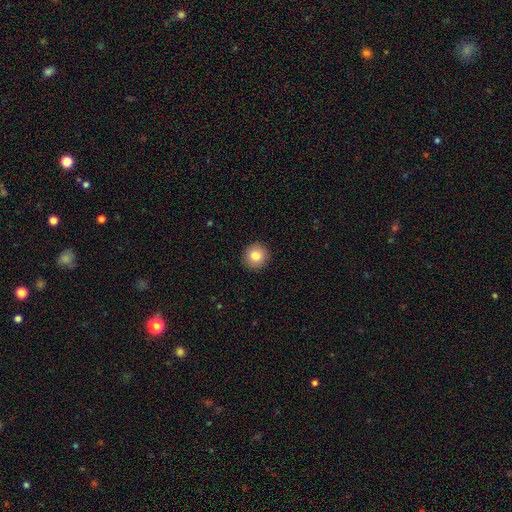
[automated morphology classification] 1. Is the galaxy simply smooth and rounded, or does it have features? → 83% smooth, 10% star or artifact, 8% featured or disk.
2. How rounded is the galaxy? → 95% round, 4% in between, 1% cigar-shaped.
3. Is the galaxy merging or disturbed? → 93% none, 5% minor disturbance, 2% major disturbance, 1% merger.